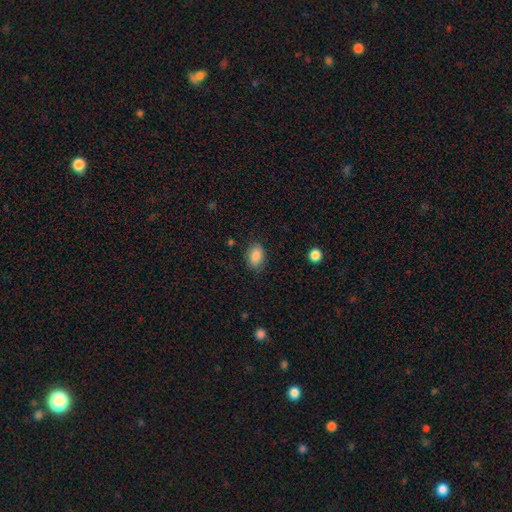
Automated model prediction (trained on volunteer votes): The model was most divided on "merging": none: 81%, minor disturbance: 14%, major disturbance: 4%, merger: 1%. More confident: smooth or featured — smooth (87%); how rounded — in between (83%).